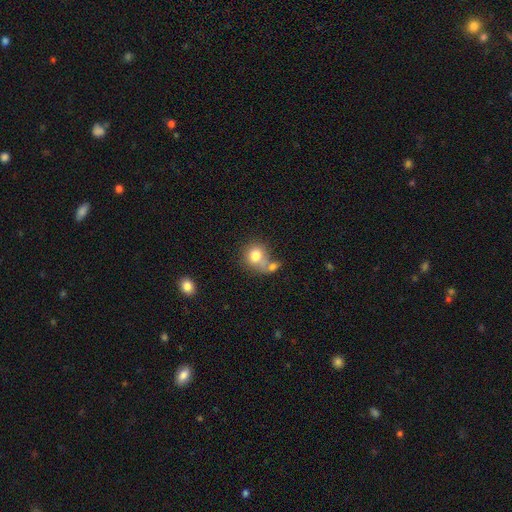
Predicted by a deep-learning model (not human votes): Morphology: type=smooth (77%); roundness=round (71%); merging=merger (42%).